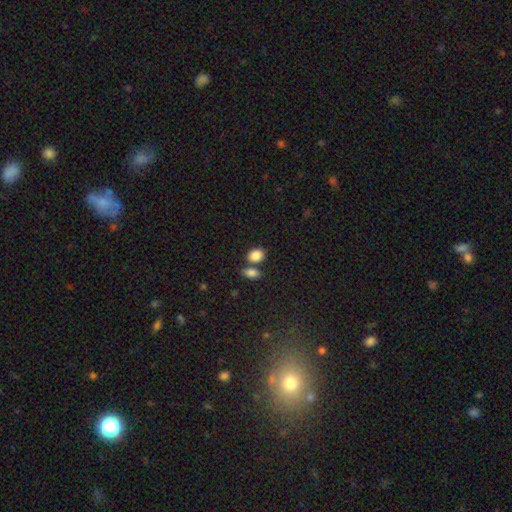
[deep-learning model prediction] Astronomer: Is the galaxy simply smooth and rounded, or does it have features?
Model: smooth — 87%.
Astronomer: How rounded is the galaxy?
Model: in between — 64%.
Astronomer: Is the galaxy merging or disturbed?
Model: none — 59%.